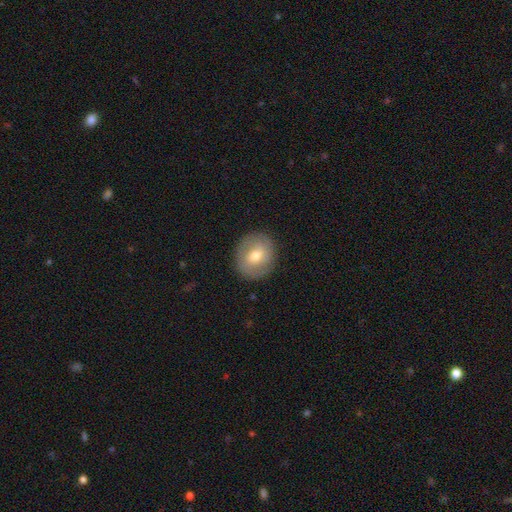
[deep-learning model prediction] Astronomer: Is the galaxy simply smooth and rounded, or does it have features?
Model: smooth — 53% (runner-up: featured or disk, 39%).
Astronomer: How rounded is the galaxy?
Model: round — 82%.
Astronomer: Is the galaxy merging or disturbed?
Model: none — 87%.